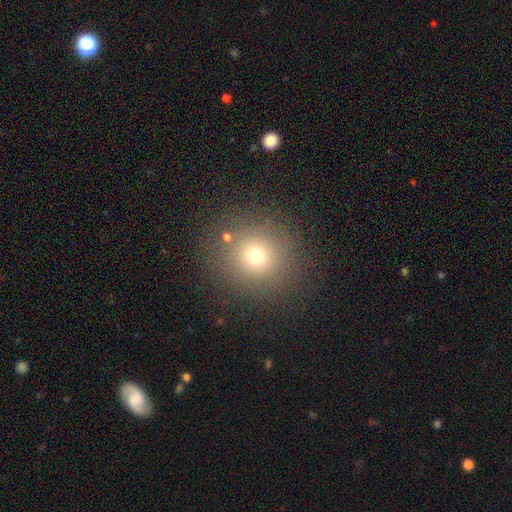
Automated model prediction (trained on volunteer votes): A smooth galaxy with no disk features (70%) that is round (92%).

Vote fractions:
- Smooth or featured? smooth: 70% / star or artifact: 20% / featured or disk: 10%
- How rounded? round: 92% / in between: 7% / cigar-shaped: 1%
- Merging? none: 86% / minor disturbance: 7% / major disturbance: 4% / merger: 3%